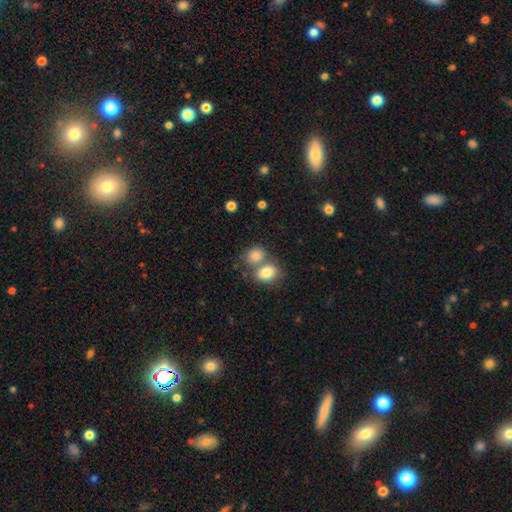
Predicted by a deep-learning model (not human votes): This is clearly a smooth galaxy (83%). How rounded: possibly in between (56%). Merging: possibly merger (50%).